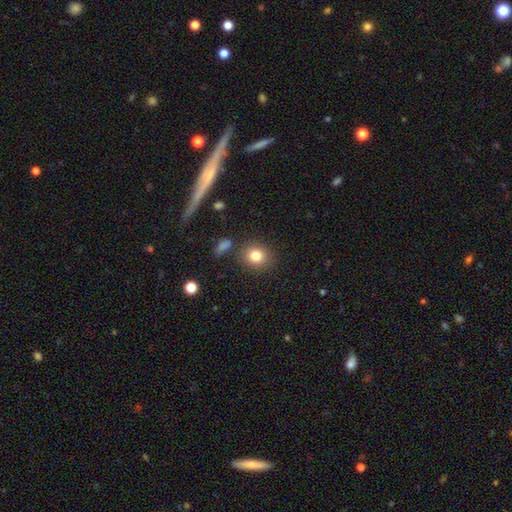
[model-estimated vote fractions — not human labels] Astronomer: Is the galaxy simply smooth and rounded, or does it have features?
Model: smooth — 81%.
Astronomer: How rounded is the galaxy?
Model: round — 79%.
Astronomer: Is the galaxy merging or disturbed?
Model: none — 85%.